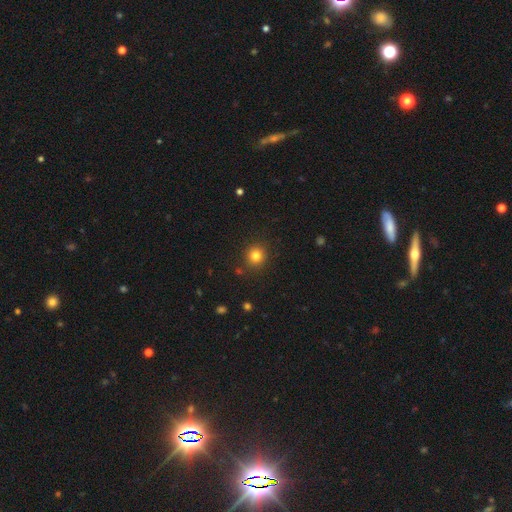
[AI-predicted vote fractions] Smooth or featured: smooth — 81% (star or artifact — 13%)
How rounded: round — 91% (in between — 8%)
Merging: none — 88% (minor disturbance — 7%)